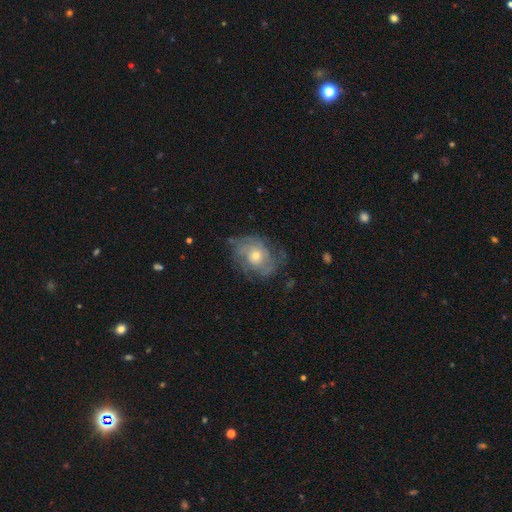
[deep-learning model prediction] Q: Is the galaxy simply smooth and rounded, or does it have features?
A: featured or disk — 73%.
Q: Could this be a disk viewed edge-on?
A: no — 96%.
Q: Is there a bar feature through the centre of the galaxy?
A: no — 79%.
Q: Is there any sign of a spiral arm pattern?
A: yes — 84%.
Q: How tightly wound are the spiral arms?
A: tight — 50%.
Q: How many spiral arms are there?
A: can't tell — 41%.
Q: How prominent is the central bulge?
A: moderate — 52%.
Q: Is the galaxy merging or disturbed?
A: none — 64%.